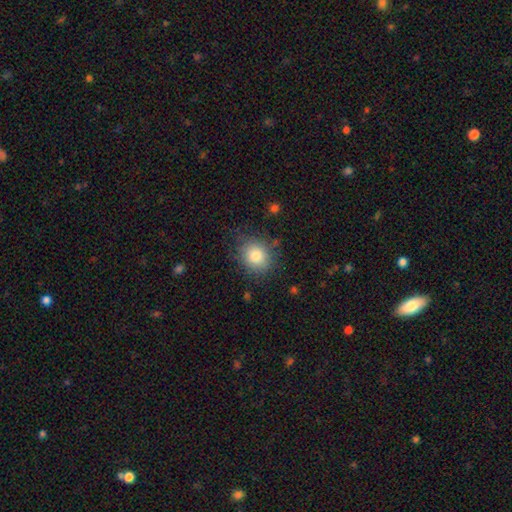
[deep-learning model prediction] Q: Smooth or featured?
A: smooth (81%); runner-up: star or artifact (10%)
Q: How rounded?
A: round (74%); runner-up: in between (26%)
Q: Merging?
A: none (80%); runner-up: minor disturbance (14%)